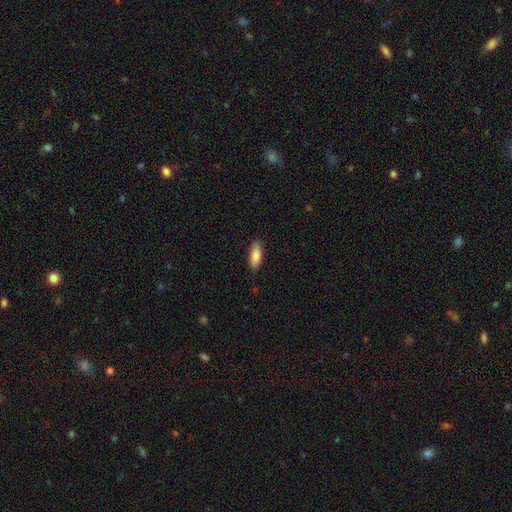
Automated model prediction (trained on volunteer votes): A smooth galaxy with no disk features (85%) that is in between round and cigar-shaped (73%).

Vote fractions:
- Smooth or featured? smooth: 85% / featured or disk: 9% / star or artifact: 6%
- How rounded? in between: 73% / cigar-shaped: 25% / round: 2%
- Merging? none: 87% / minor disturbance: 10% / major disturbance: 2% / merger: 1%